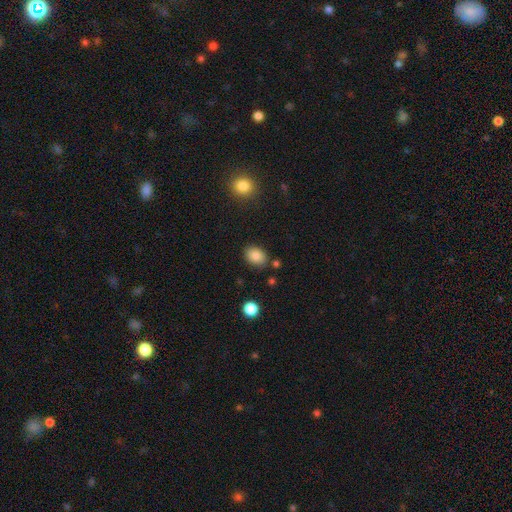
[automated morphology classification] smooth_or_featured: smooth (p=0.85) [alt: star or artifact p=0.09]
how_rounded: in between (p=0.67) [alt: round p=0.32]
merging: none (p=0.81) [alt: minor disturbance p=0.12]